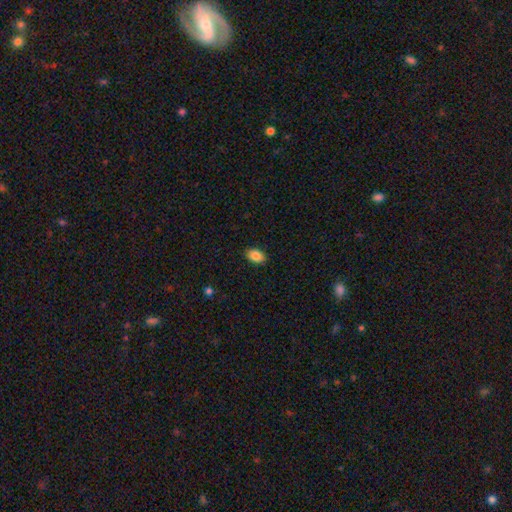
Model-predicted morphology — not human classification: Smooth or featured?
  - smooth: 86% *
  - star or artifact: 8%
  - featured or disk: 6%
How rounded?
  - in between: 84% *
  - round: 15%
  - cigar-shaped: 1%
Merging?
  - none: 89% *
  - minor disturbance: 8%
  - major disturbance: 2%
  - merger: 1%